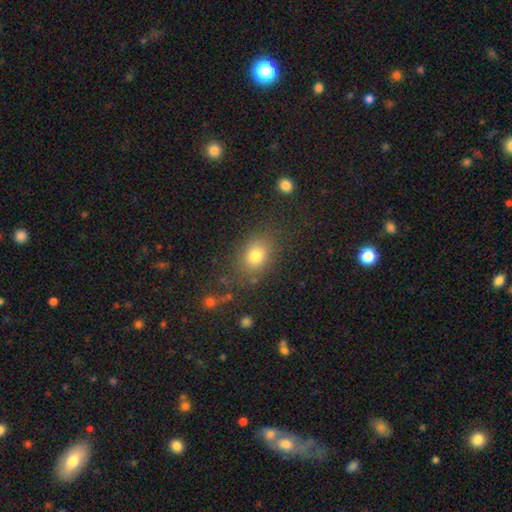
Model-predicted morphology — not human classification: Smooth or featured?
  - smooth: 79% *
  - star or artifact: 12%
  - featured or disk: 9%
How rounded?
  - in between: 58% *
  - round: 40%
  - cigar-shaped: 1%
Merging?
  - none: 76% *
  - minor disturbance: 14%
  - major disturbance: 6%
  - merger: 3%